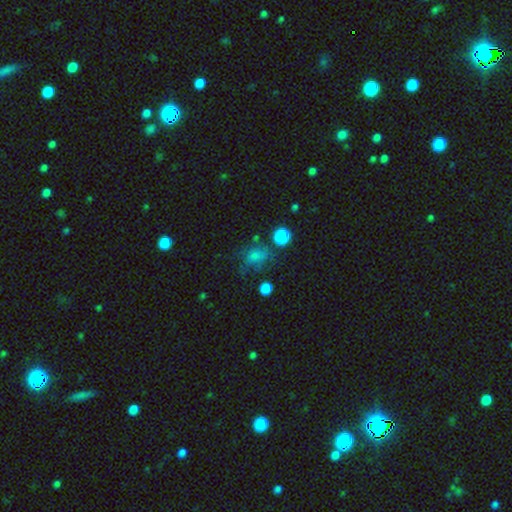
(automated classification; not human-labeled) Smooth or featured?
  - smooth: 56% *
  - star or artifact: 27%
  - featured or disk: 17%
How rounded?
  - in between: 51% *
  - round: 47%
  - cigar-shaped: 2%
Merging?
  - none: 50% *
  - minor disturbance: 23%
  - major disturbance: 19%
  - merger: 7%